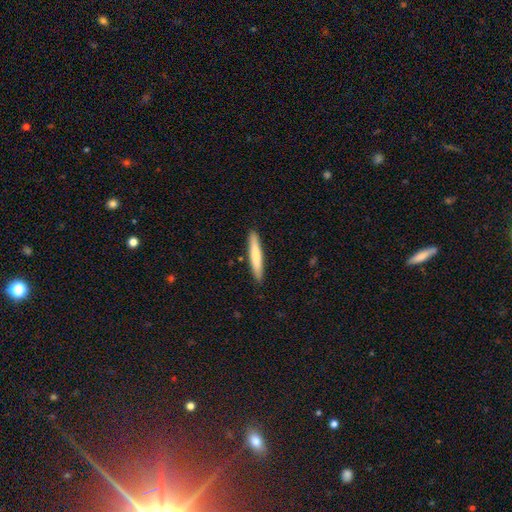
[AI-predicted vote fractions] Smooth or featured: smooth — 72% (featured or disk — 23%)
How rounded: cigar-shaped — 93% (in between — 5%)
Merging: none — 90% (minor disturbance — 7%)